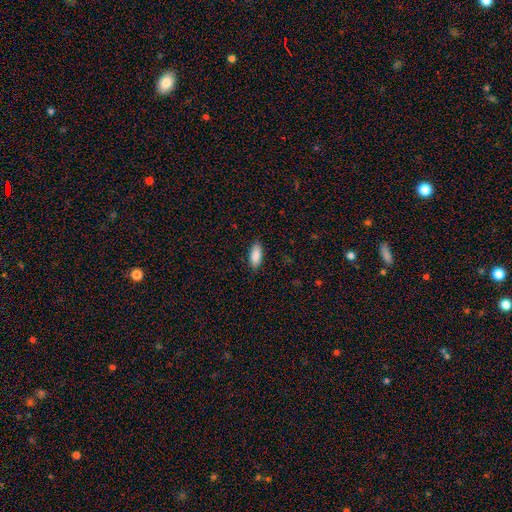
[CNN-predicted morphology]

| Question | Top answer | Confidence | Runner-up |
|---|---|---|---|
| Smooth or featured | smooth | 89% | star or artifact (6%) |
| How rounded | in between | 84% | cigar-shaped (14%) |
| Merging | none | 85% | minor disturbance (11%) |